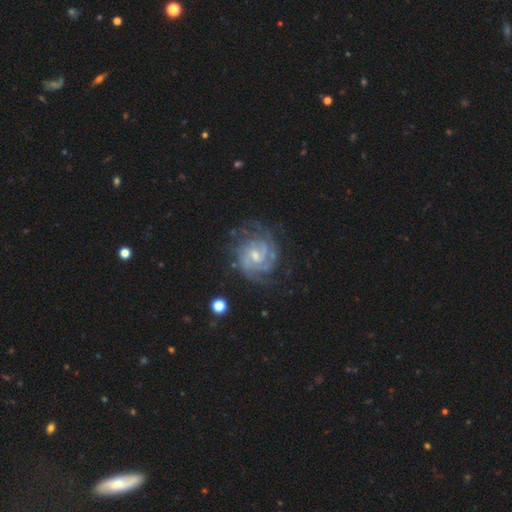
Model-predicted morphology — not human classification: Smooth or featured?
  - featured or disk: 87% *
  - smooth: 8%
  - star or artifact: 6%
Edge-on disk?
  - no: 98% *
  - yes: 2%
Bar?
  - weak: 57% *
  - no: 31%
  - strong: 12%
Spiral arms?
  - yes: 96% *
  - no: 4%
Spiral winding?
  - tight: 60% *
  - medium: 32%
  - loose: 7%
Spiral arm count?
  - 2: 35% *
  - can't tell: 29%
  - 3: 18%
  - 4: 8%
  - 1: 5%
  - more than 4: 5%
Bulge size?
  - small: 49% *
  - moderate: 42%
  - none: 6%
  - large: 2%
  - dominant: 1%
Merging?
  - none: 68% *
  - minor disturbance: 19%
  - major disturbance: 11%
  - merger: 2%